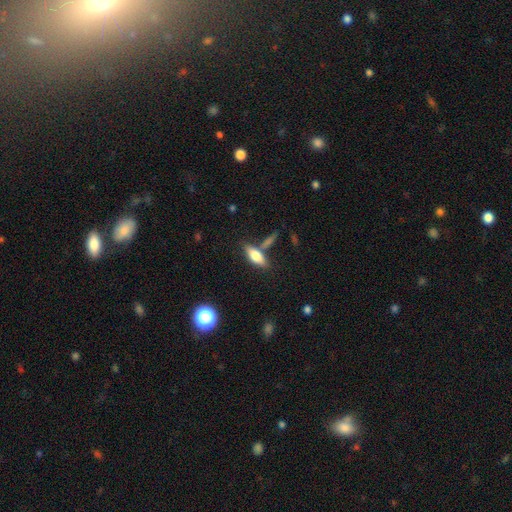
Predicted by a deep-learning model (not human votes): Morphology: type=smooth (73%); roundness=in between (71%); merging=none (63%).